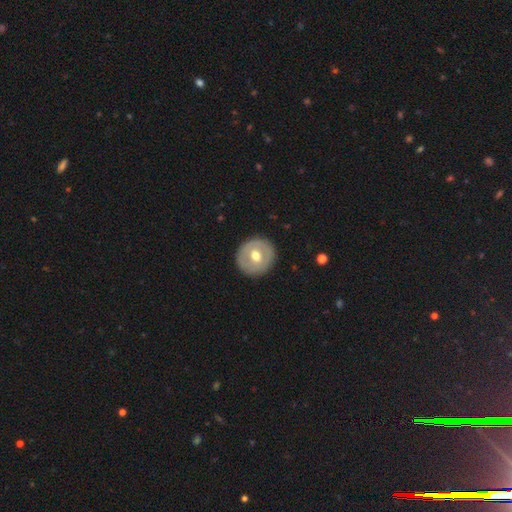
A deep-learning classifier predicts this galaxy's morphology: Q: Smooth or featured?
A: smooth (49%); runner-up: featured or disk (45%)
Q: Merging?
A: none (89%); runner-up: minor disturbance (8%)